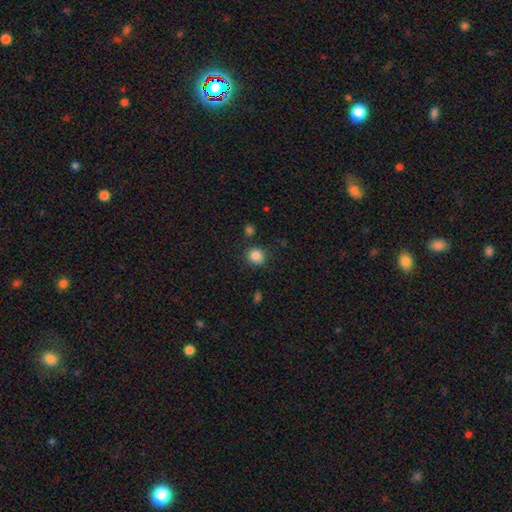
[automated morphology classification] smooth 85%, star or artifact 11%, featured or disk 4%. Down the decision tree: how rounded — round (87%); merging — none (84%).